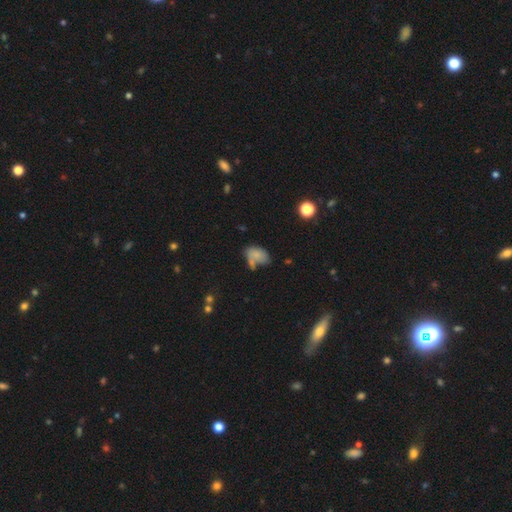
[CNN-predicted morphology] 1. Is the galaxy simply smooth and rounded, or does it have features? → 72% smooth, 15% featured or disk, 12% star or artifact.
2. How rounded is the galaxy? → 86% in between, 12% round, 2% cigar-shaped.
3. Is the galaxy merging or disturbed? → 36% none, 24% merger, 24% minor disturbance, 16% major disturbance.